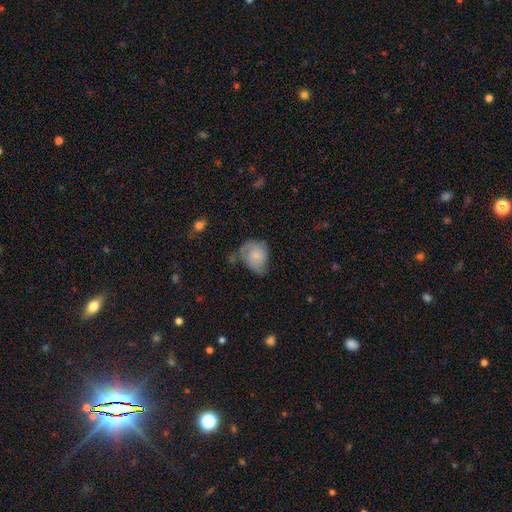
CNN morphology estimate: Q: Smooth or featured?
A: smooth (54%); runner-up: featured or disk (39%)
Q: How rounded?
A: in between (52%); runner-up: round (47%)
Q: Merging?
A: minor disturbance (38%); runner-up: none (34%)